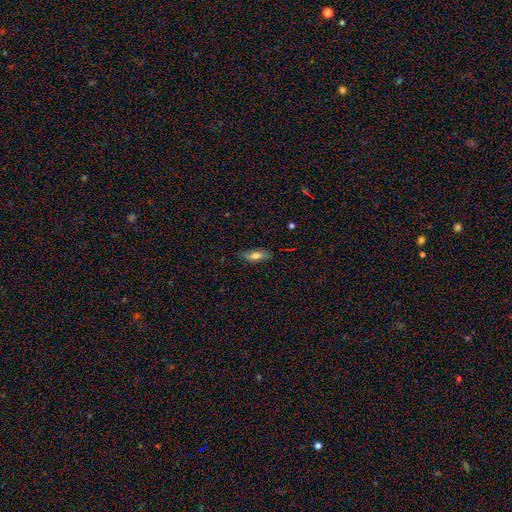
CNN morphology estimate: Q: Smooth or featured?
A: smooth (63%); runner-up: featured or disk (29%)
Q: How rounded?
A: in between (69%); runner-up: cigar-shaped (28%)
Q: Merging?
A: none (76%); runner-up: minor disturbance (19%)